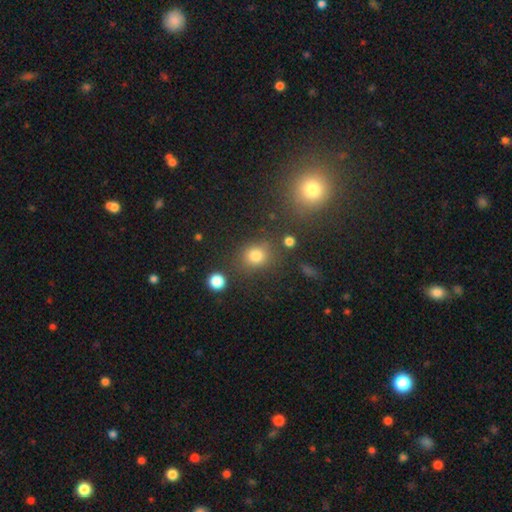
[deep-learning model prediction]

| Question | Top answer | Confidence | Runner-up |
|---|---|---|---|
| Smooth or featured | smooth | 77% | star or artifact (16%) |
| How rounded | round | 74% | in between (25%) |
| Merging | none | 76% | minor disturbance (12%) |